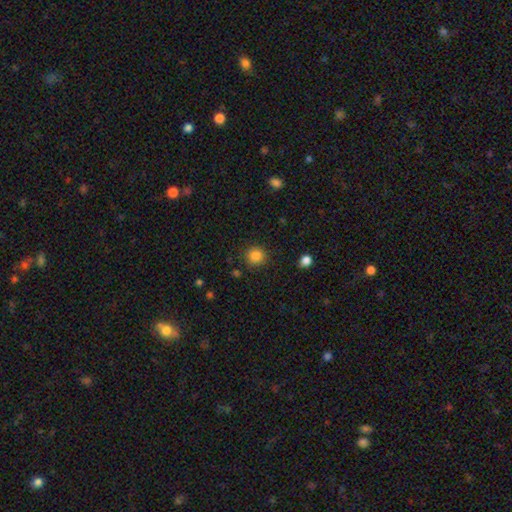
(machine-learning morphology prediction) This appears to be a smooth galaxy with no disk features (85%) that is round (90%). Merging: none (87%).